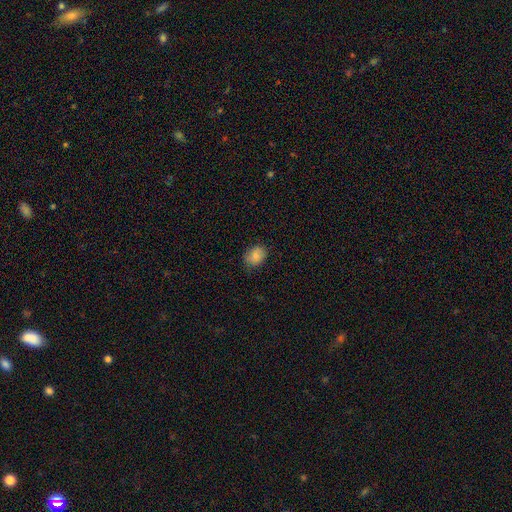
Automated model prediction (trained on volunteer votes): A smooth galaxy with no disk features (83%) that is in between round and cigar-shaped (53%).

Vote fractions:
- Smooth or featured? smooth: 83% / star or artifact: 9% / featured or disk: 8%
- How rounded? in between: 53% / round: 46% / cigar-shaped: 1%
- Merging? none: 73% / minor disturbance: 21% / major disturbance: 4% / merger: 1%